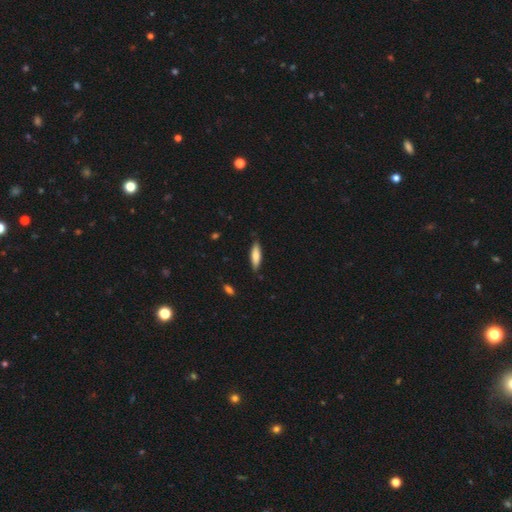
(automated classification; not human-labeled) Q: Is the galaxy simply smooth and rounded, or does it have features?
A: smooth — 75%.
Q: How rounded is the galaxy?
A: cigar-shaped — 56%.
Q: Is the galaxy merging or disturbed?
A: none — 84%.